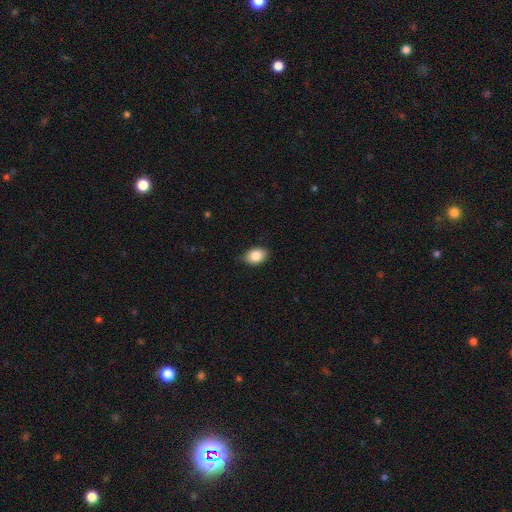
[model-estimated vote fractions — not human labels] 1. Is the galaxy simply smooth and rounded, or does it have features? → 86% smooth, 8% star or artifact, 7% featured or disk.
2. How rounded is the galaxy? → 80% in between, 19% round, 1% cigar-shaped.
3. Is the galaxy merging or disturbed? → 81% none, 16% minor disturbance, 2% major disturbance, 1% merger.